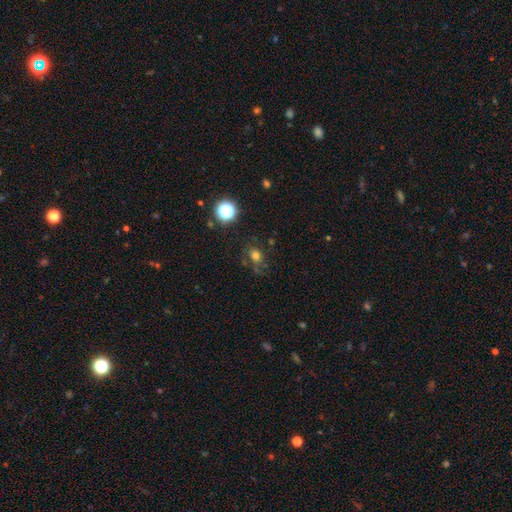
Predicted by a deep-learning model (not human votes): smooth-or-featured: smooth: 67% | star or artifact: 21% | featured or disk: 12%
  how-rounded: round: 64% | in between: 34% | cigar-shaped: 1%
  merging: none: 64% | minor disturbance: 21% | major disturbance: 11% | merger: 4%